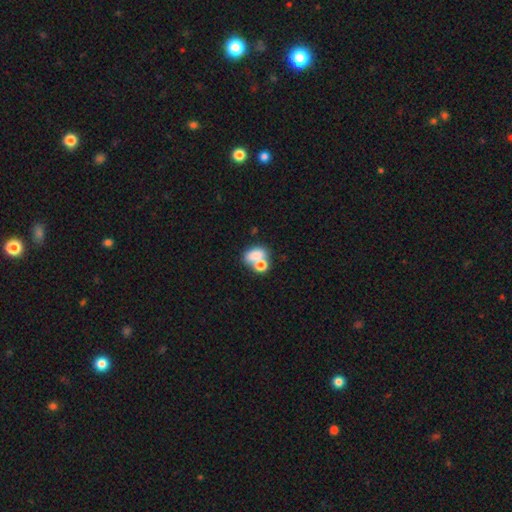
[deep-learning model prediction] Overall: smooth (76%). How rounded: in between (74%). Merging: merger (52%; none 33%).